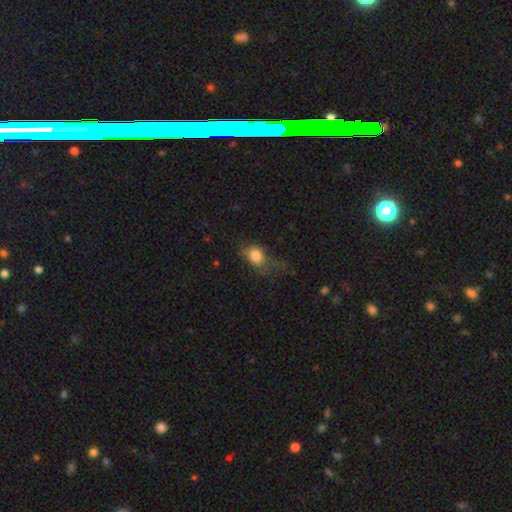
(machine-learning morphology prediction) type=smooth (76%); roundness=in between (62%); merging=none (34%).